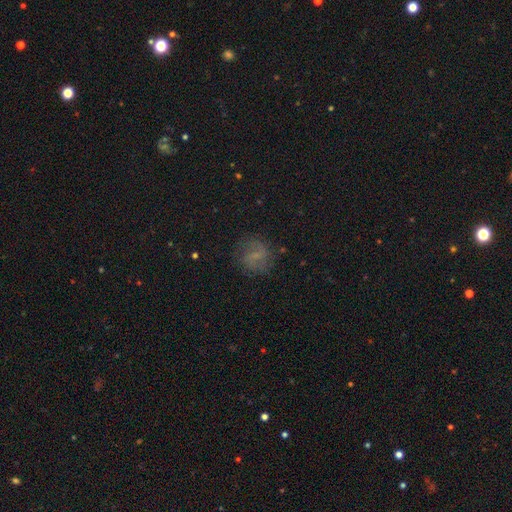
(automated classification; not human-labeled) smooth-or-featured: featured or disk: 54% | smooth: 33% | star or artifact: 12%
  disk-edge-on: no: 97% | yes: 3%
    bar: weak: 52% | no: 28% | strong: 19%
    has-spiral-arms: yes: 82% | no: 18%
    bulge-size: small: 53% | none: 31% | moderate: 14% | large: 2% | dominant: 1%
  merging: none: 77% | minor disturbance: 15% | major disturbance: 7% | merger: 1%